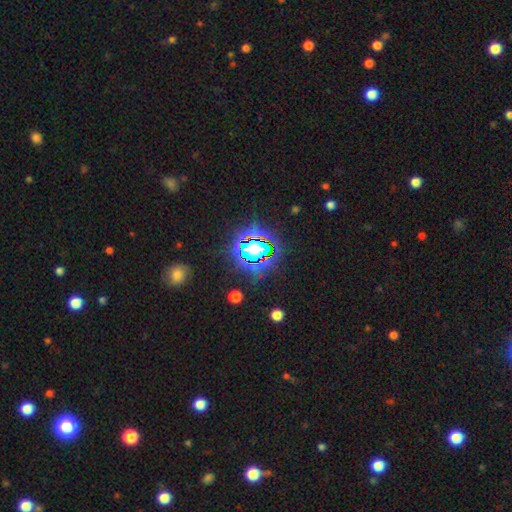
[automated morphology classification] star or artifact 80%, smooth 12%, featured or disk 8%.